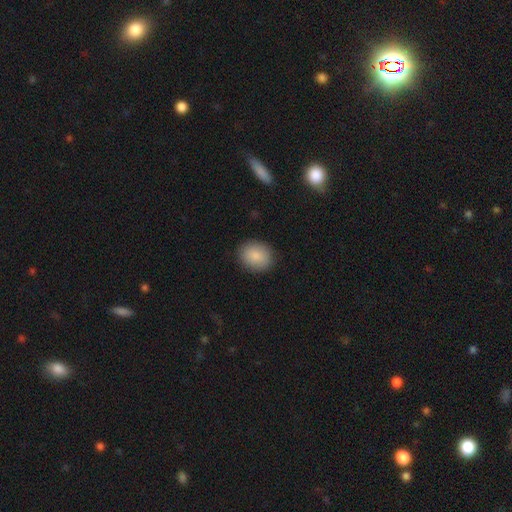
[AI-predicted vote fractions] Morphology: type=smooth (86%); roundness=round (62%); merging=none (88%).